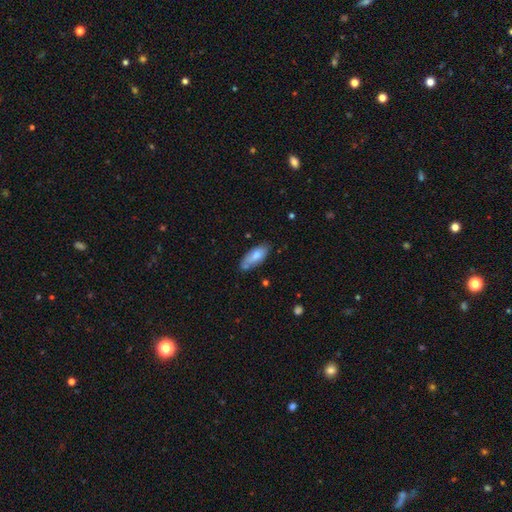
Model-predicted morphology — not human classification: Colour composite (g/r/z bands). It shows a smooth galaxy with no disk features (77%) that is in between round and cigar-shaped (79%). Merging: none (69%).